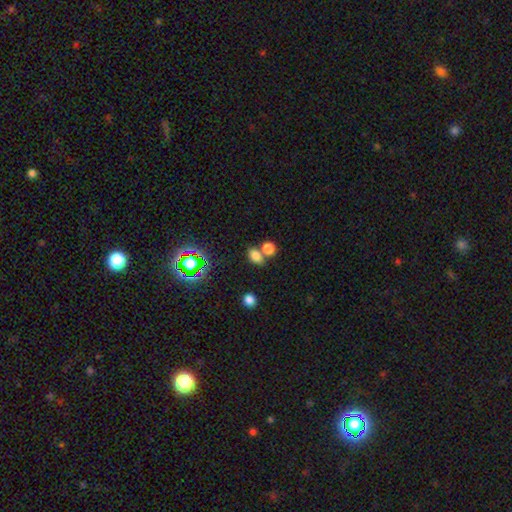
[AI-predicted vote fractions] A smooth galaxy with no disk features (74%) that is in between round and cigar-shaped (67%). Merging: none (45%).